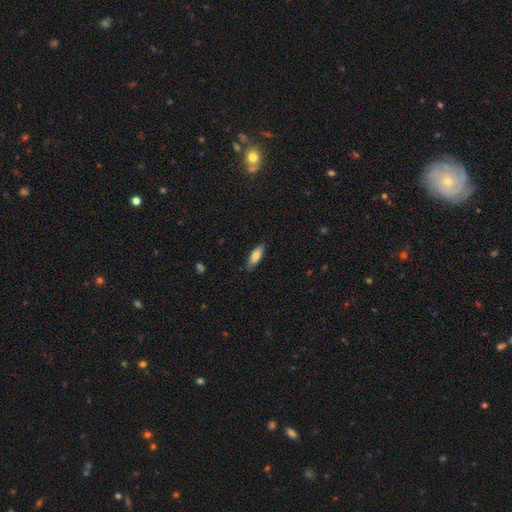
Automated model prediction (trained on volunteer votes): smooth-or-featured: smooth: 75% | featured or disk: 19% | star or artifact: 6%
  how-rounded: in between: 64% | cigar-shaped: 34% | round: 2%
  merging: none: 85% | minor disturbance: 12% | major disturbance: 2% | merger: 1%